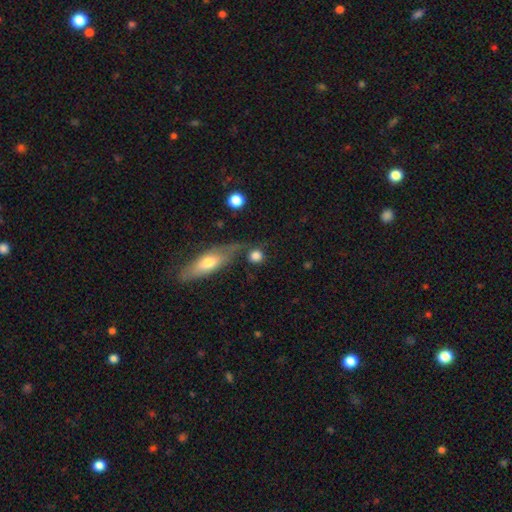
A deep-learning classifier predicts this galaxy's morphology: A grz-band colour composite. It shows a smooth galaxy with no disk features (83%) that is round (86%). Merging: none (66%).